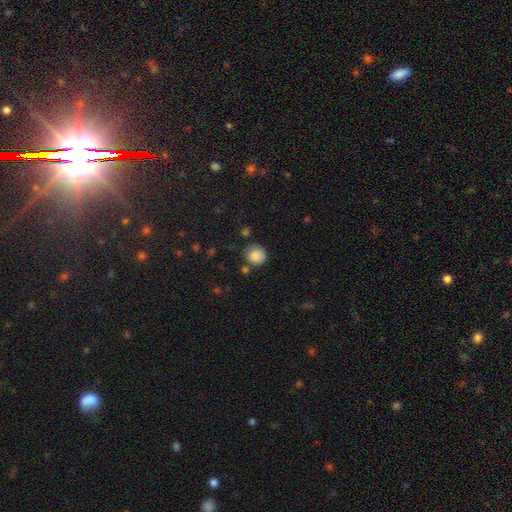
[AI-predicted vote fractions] A smooth galaxy with no disk features (87%) that is round (87%).

Vote fractions:
- Smooth or featured? smooth: 87% / star or artifact: 9% / featured or disk: 4%
- How rounded? round: 87% / in between: 12% / cigar-shaped: 1%
- Merging? none: 75% / minor disturbance: 15% / merger: 6% / major disturbance: 4%